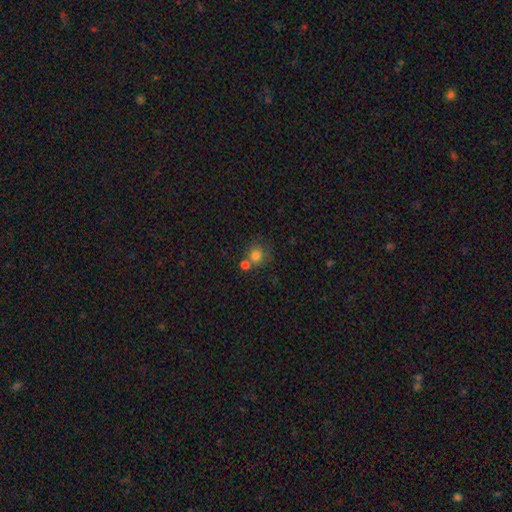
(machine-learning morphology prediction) Smooth or featured? Predicted: smooth (p=0.79). How rounded? Predicted: round (p=0.86). Merging? Predicted: none (p=0.56).